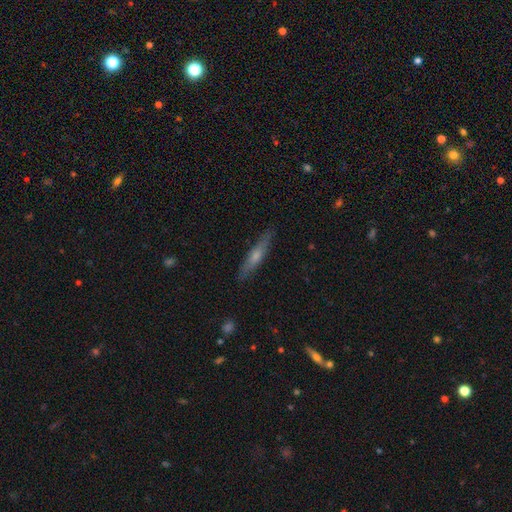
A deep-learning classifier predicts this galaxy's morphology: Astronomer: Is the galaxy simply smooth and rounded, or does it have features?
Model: featured or disk — 49% (runner-up: smooth, 44%).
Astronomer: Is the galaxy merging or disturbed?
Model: none — 88%.